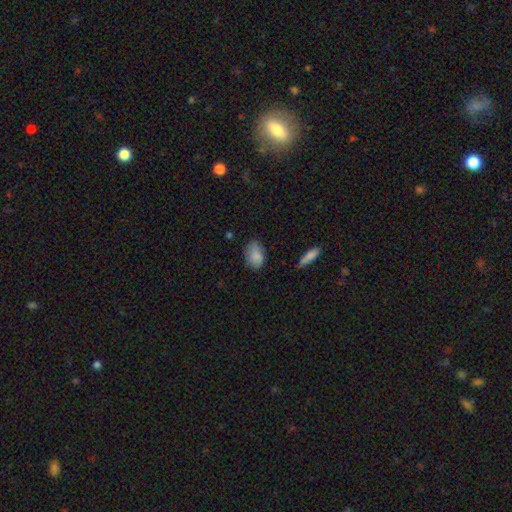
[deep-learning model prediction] smooth-or-featured: smooth: 84% | featured or disk: 8% | star or artifact: 8%
  how-rounded: in between: 88% | round: 10% | cigar-shaped: 2%
  merging: none: 66% | minor disturbance: 26% | major disturbance: 5% | merger: 2%